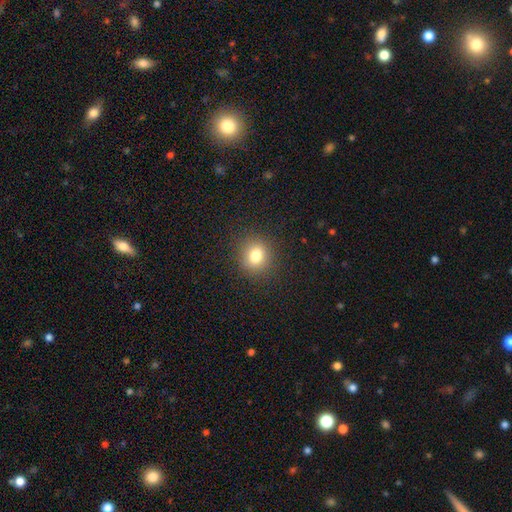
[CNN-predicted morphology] smooth-or-featured: smooth: 80% | star or artifact: 13% | featured or disk: 7%
  how-rounded: round: 79% | in between: 20% | cigar-shaped: 1%
  merging: none: 89% | minor disturbance: 7% | major disturbance: 3% | merger: 1%